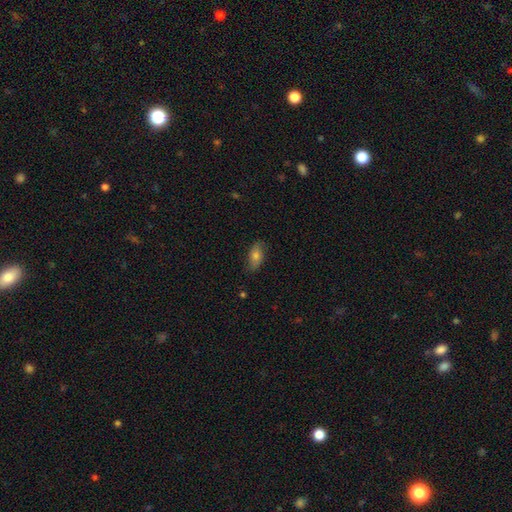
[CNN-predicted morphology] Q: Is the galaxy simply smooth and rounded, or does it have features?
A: smooth — 68%.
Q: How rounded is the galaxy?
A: in between — 88%.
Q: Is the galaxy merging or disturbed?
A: none — 80%.